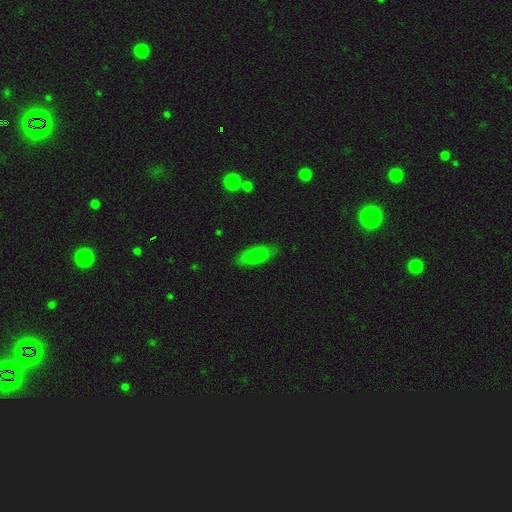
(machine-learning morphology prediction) Smooth or featured: smooth — 83% (featured or disk — 10%)
How rounded: in between — 79% (cigar-shaped — 19%)
Merging: none — 83% (minor disturbance — 13%)